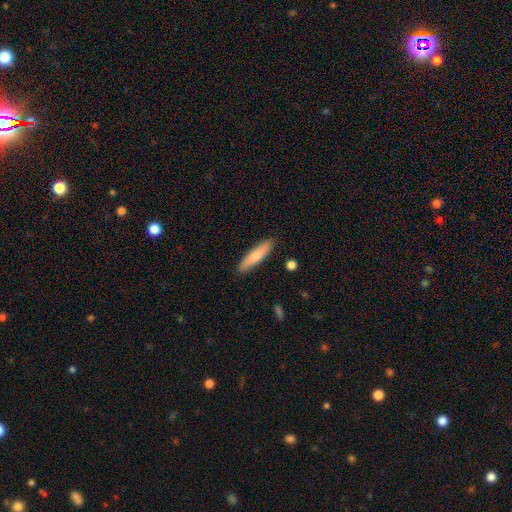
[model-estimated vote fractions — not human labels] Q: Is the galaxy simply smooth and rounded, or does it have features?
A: smooth — 77%.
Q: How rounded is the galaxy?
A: cigar-shaped — 79%.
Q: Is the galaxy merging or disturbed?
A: none — 88%.